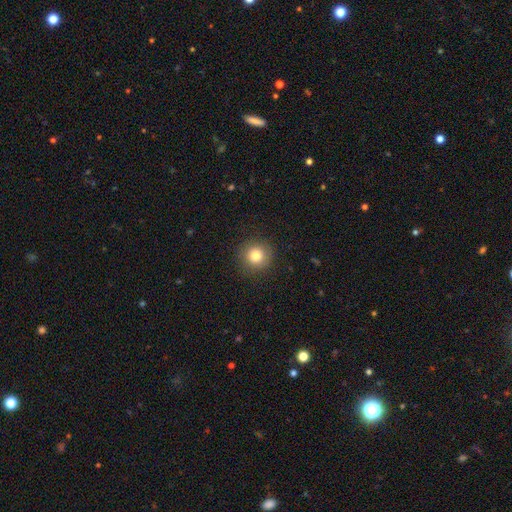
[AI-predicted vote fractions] This appears to be a smooth galaxy with no disk features (80%) that is round (93%). Merging: none (90%).